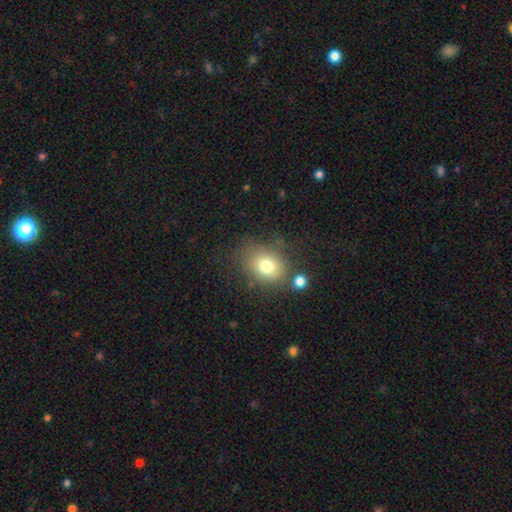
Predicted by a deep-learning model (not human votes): Q: Smooth or featured?
A: smooth (69%); runner-up: star or artifact (21%)
Q: How rounded?
A: round (59%); runner-up: in between (40%)
Q: Merging?
A: none (77%); runner-up: minor disturbance (13%)